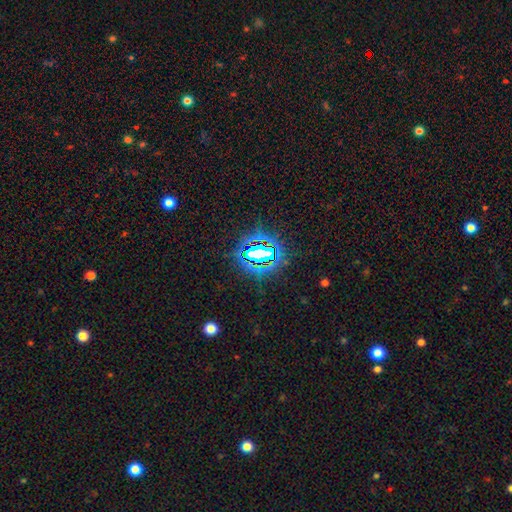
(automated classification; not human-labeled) Smooth or featured?
  - star or artifact: 74% *
  - smooth: 16%
  - featured or disk: 10%